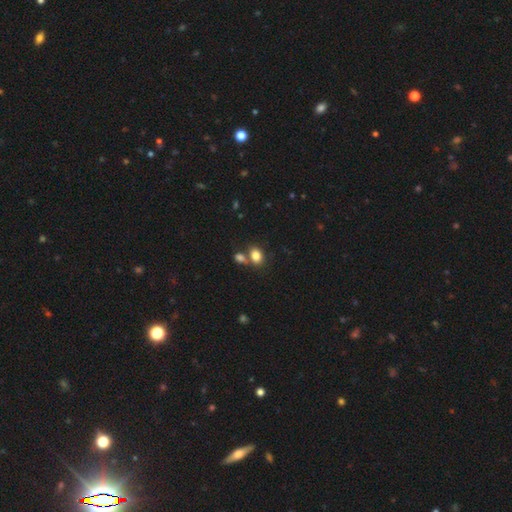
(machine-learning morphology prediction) Smooth or featured: smooth — 82% (star or artifact — 10%)
How rounded: in between — 70% (round — 29%)
Merging: none — 54% (merger — 32%)